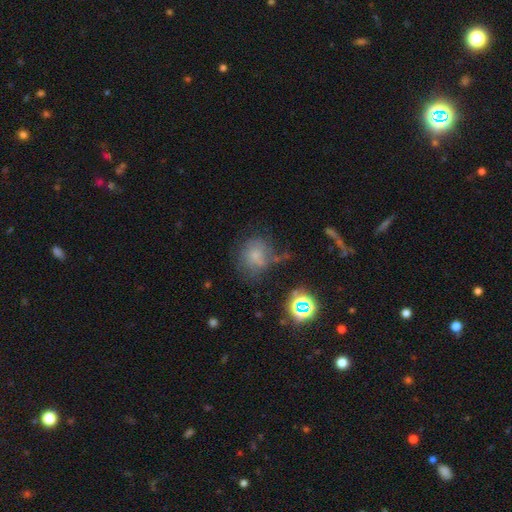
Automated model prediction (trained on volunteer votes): A smooth galaxy with no disk features (61%) that is round (67%). Merging: none (50%).